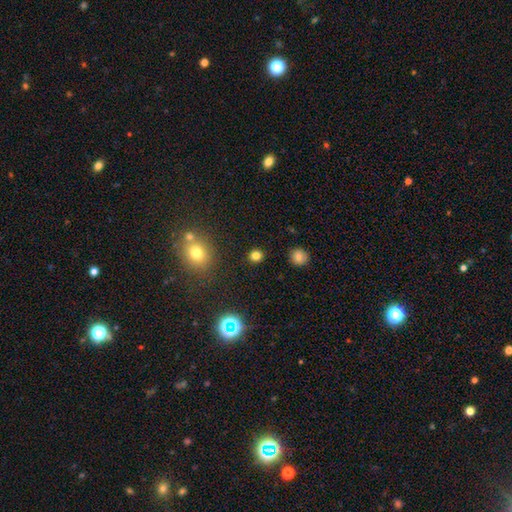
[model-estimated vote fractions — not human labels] This appears to be a smooth galaxy with no disk features (79%) that is round (87%). Merging: none (89%).